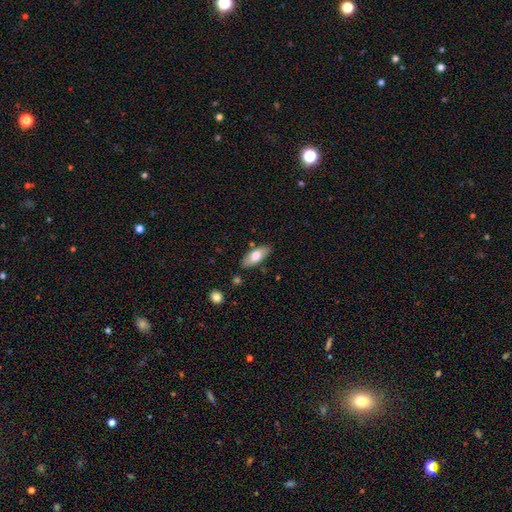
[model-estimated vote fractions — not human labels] The model was most divided on "smooth or featured": smooth: 69%, featured or disk: 25%, star or artifact: 6%. More confident: how rounded — in between (83%); merging — none (82%).